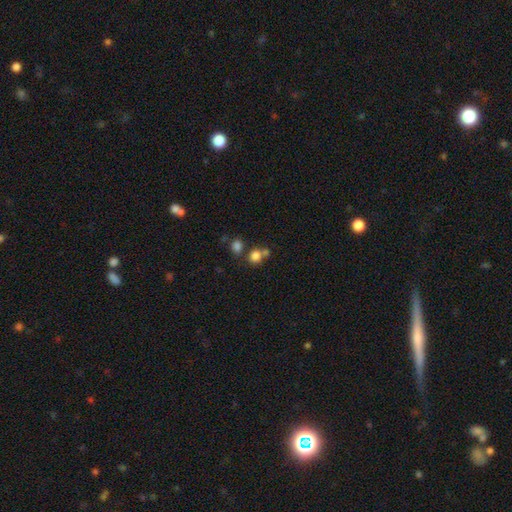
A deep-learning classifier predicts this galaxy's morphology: Smooth or featured: smooth — 80% (star or artifact — 13%)
How rounded: round — 79% (in between — 20%)
Merging: none — 56% (merger — 31%)